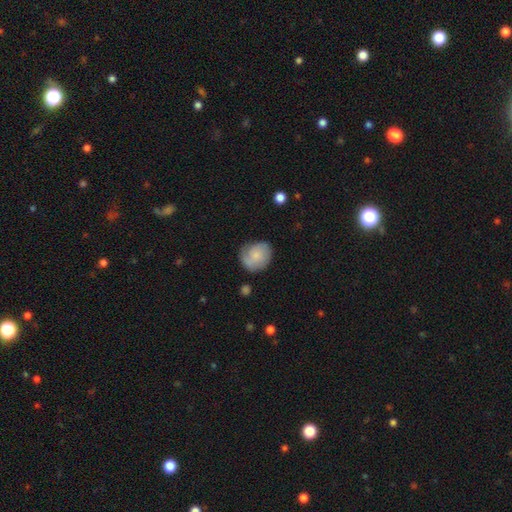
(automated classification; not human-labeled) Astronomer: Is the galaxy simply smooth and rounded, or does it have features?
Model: smooth — 62%.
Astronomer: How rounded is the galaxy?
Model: round — 69%.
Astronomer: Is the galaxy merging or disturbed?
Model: none — 63%.